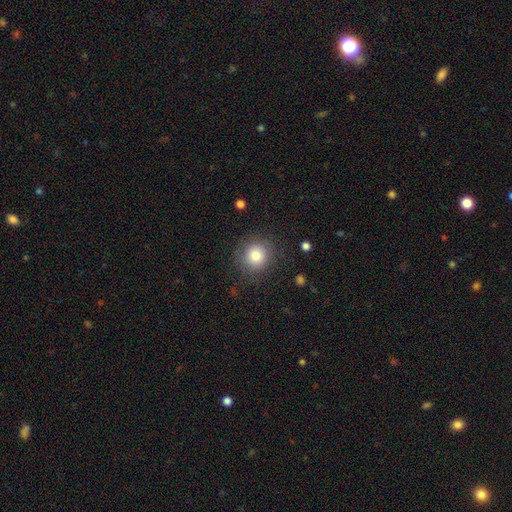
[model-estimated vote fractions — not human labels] smooth-or-featured: smooth: 80% | star or artifact: 11% | featured or disk: 9%
  how-rounded: round: 91% | in between: 8% | cigar-shaped: 1%
  merging: none: 85% | minor disturbance: 9% | major disturbance: 4% | merger: 1%